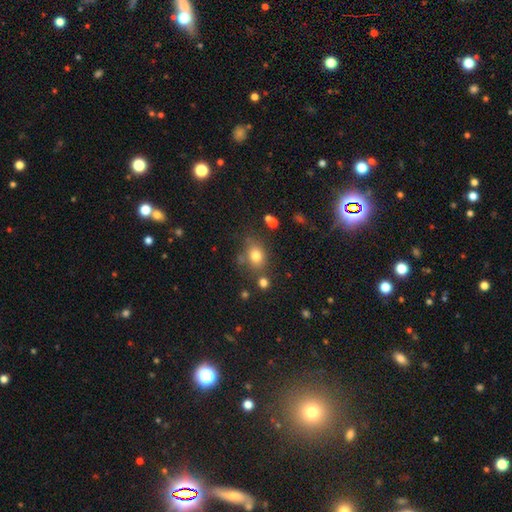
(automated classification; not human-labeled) This is likely a smooth galaxy (77%). How rounded: possibly in between (52%). Merging: likely none (69%).